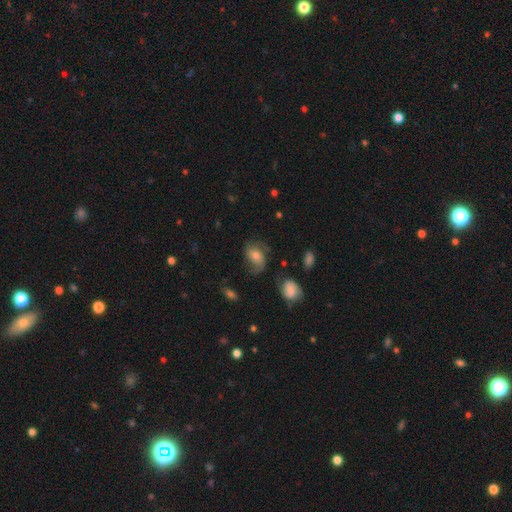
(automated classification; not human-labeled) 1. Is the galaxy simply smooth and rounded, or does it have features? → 58% featured or disk, 32% smooth, 10% star or artifact.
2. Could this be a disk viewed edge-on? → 96% no, 4% yes.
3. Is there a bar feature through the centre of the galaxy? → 60% no, 32% weak, 8% strong.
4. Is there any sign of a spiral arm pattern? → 88% yes, 12% no.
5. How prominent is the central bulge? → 56% moderate, 29% small, 10% large, 3% none, 2% dominant.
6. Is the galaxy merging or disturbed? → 55% none, 23% minor disturbance, 19% major disturbance, 3% merger.